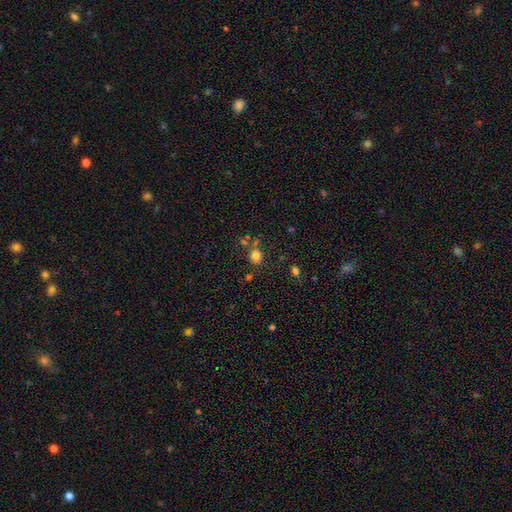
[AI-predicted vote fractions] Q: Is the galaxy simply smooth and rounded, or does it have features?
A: smooth — 79%.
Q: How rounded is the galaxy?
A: round — 79%.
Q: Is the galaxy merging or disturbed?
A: none — 72%.